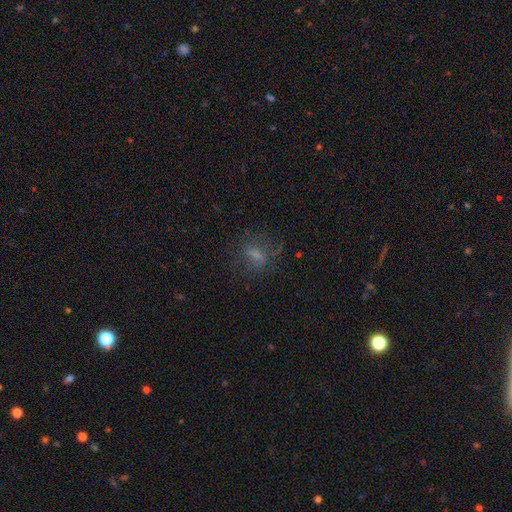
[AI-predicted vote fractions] Q: Smooth or featured?
A: smooth (54%); runner-up: featured or disk (25%)
Q: How rounded?
A: in between (59%); runner-up: round (32%)
Q: Merging?
A: none (63%); runner-up: minor disturbance (18%)